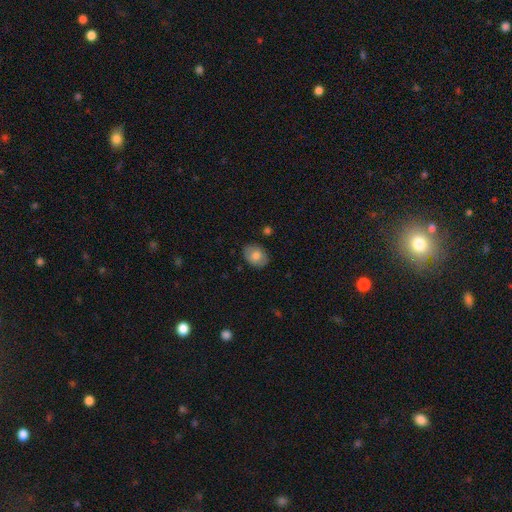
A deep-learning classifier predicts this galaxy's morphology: Q: Smooth or featured?
A: smooth (74%); runner-up: featured or disk (19%)
Q: How rounded?
A: in between (69%); runner-up: round (30%)
Q: Merging?
A: none (83%); runner-up: minor disturbance (12%)